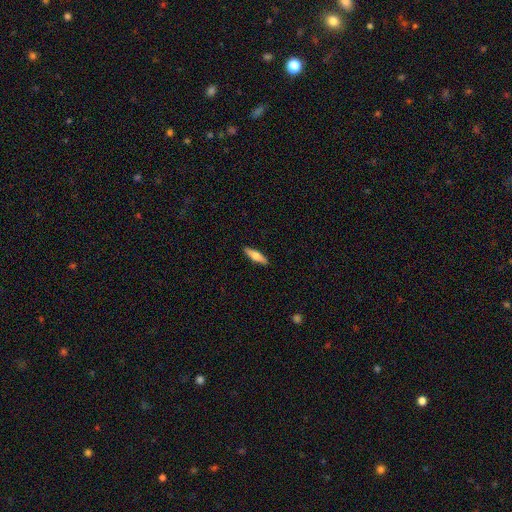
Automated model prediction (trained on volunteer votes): Morphology: type=smooth (56%); roundness=cigar-shaped (65%); merging=none (91%).